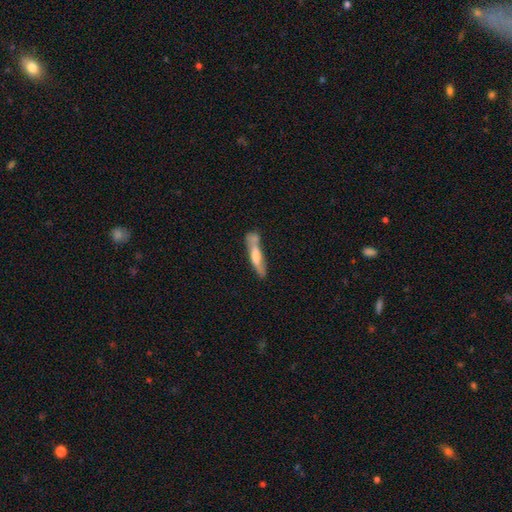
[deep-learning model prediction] A featured or disk galaxy (47%). Merging: none (55%).